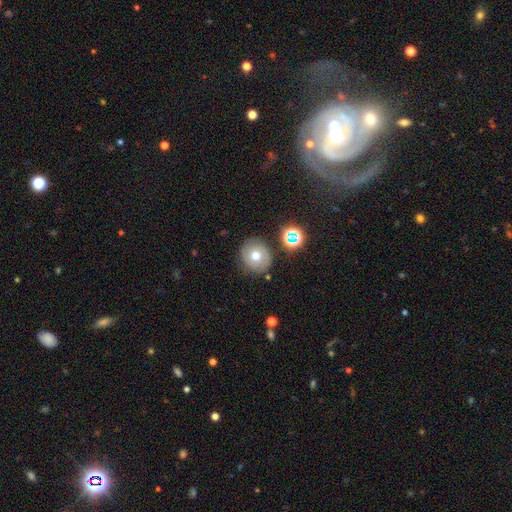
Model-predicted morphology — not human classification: smooth 57%, featured or disk 28%, star or artifact 15%. Down the decision tree: how rounded — round (87%); merging — none (81%).